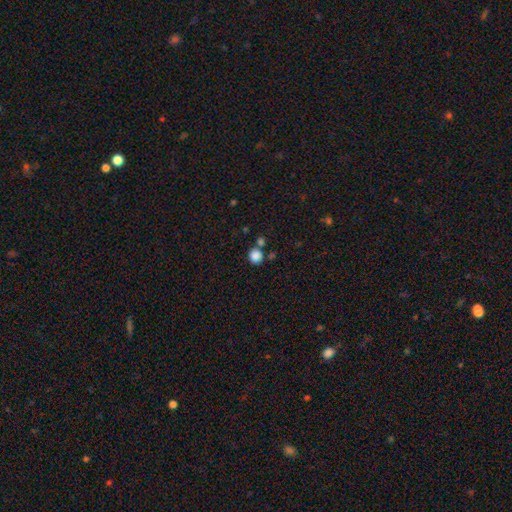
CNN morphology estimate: Smooth or featured? smooth (85%)
How rounded? round (90%)
Merging? none (71%)